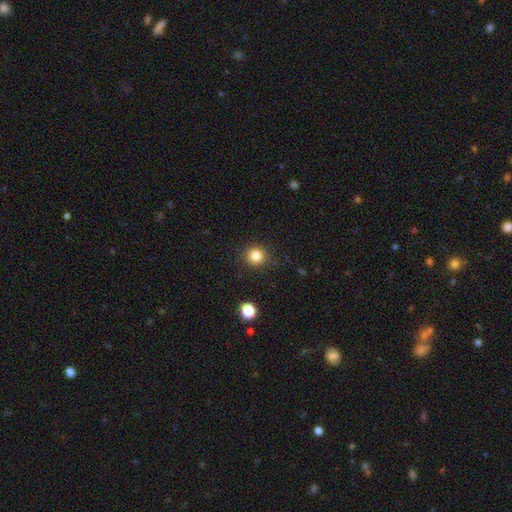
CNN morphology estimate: smooth-or-featured: smooth: 83% | star or artifact: 12% | featured or disk: 5%
  how-rounded: round: 92% | in between: 7% | cigar-shaped: 1%
  merging: none: 89% | minor disturbance: 7% | major disturbance: 2% | merger: 1%